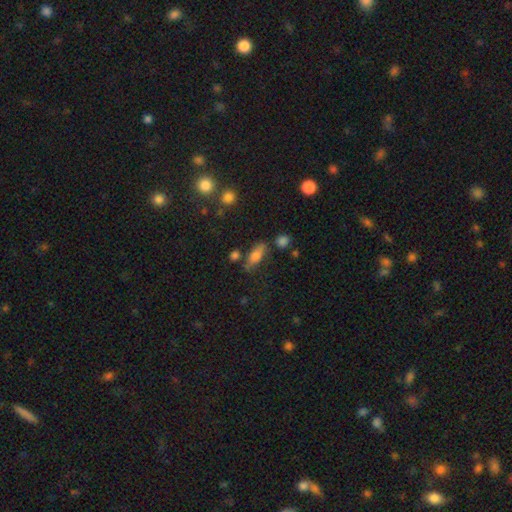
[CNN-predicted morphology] This appears to be a smooth galaxy with no disk features (70%) that is in between round and cigar-shaped (67%). Merging: none (68%).